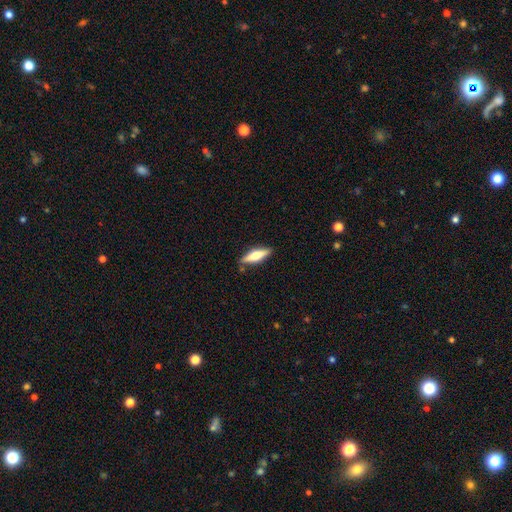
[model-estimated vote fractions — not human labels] A smooth galaxy with no disk features (53%) that is cigar-shaped (62%). Merging: none (85%).